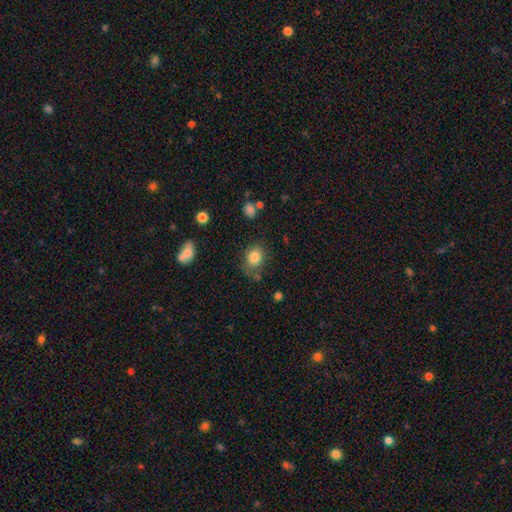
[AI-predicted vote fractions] Overall: smooth (81%). How rounded: round (56%; in between 43%). Merging: none (70%).